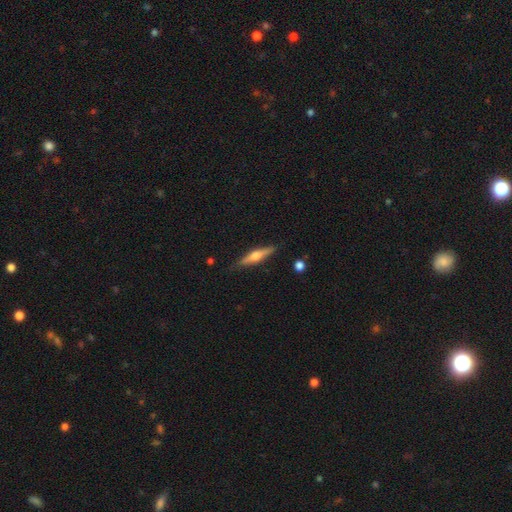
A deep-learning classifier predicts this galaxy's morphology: smooth_or_featured: featured or disk (p=0.63) [alt: smooth p=0.32]
disk_edge_on: yes (p=0.96) [alt: no p=0.04]
edge_on_bulge: rounded (p=0.92) [alt: boxy p=0.04]
merging: none (p=0.86) [alt: minor disturbance p=0.10]